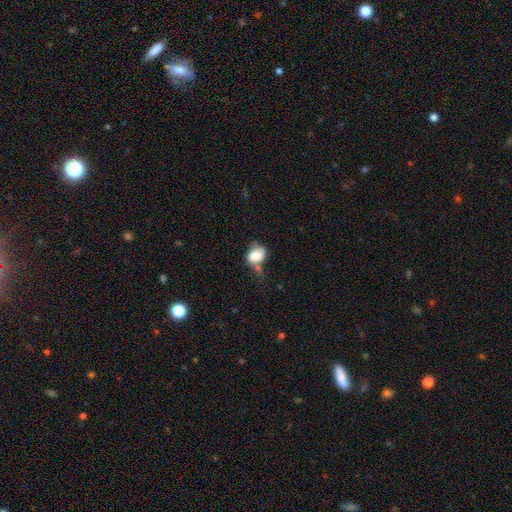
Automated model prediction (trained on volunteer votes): This appears to be a smooth galaxy with no disk features (74%) that is in between round and cigar-shaped (65%). Merging: none (31%, tied with minor disturbance).